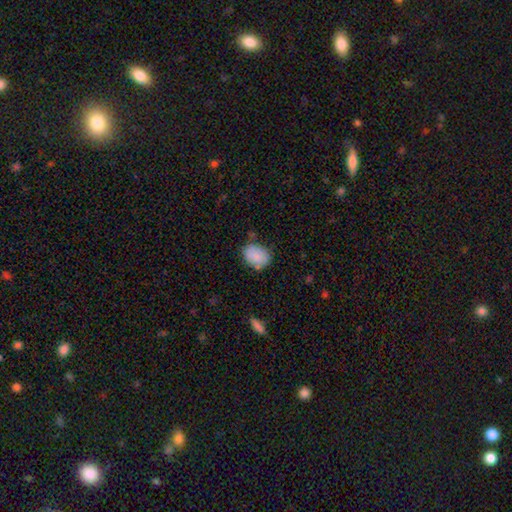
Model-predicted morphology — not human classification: smooth_or_featured: smooth (p=0.85) [alt: featured or disk p=0.08]
how_rounded: in between (p=0.61) [alt: round p=0.38]
merging: none (p=0.67) [alt: minor disturbance p=0.22]